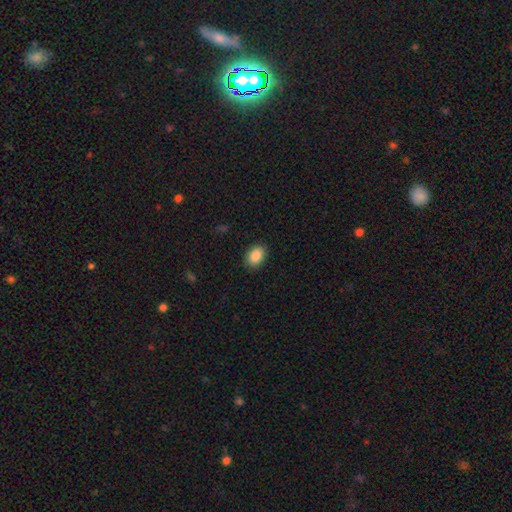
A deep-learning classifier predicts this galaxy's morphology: Smooth or featured?
  - smooth: 88% *
  - star or artifact: 8%
  - featured or disk: 5%
How rounded?
  - in between: 80% *
  - round: 19%
  - cigar-shaped: 1%
Merging?
  - none: 89% *
  - minor disturbance: 8%
  - major disturbance: 2%
  - merger: 1%